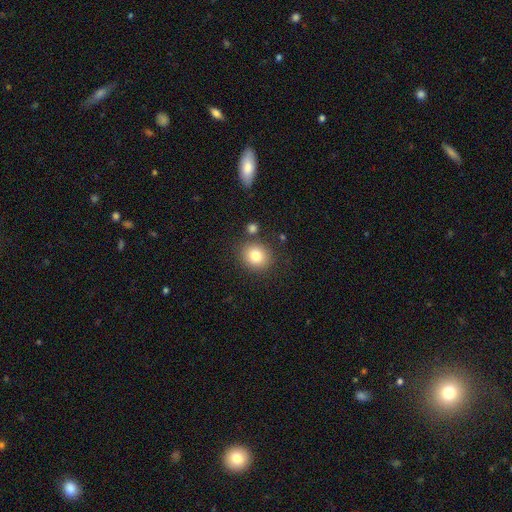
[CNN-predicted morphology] A smooth galaxy with no disk features (81%) that is round (80%). Merging: none (82%).